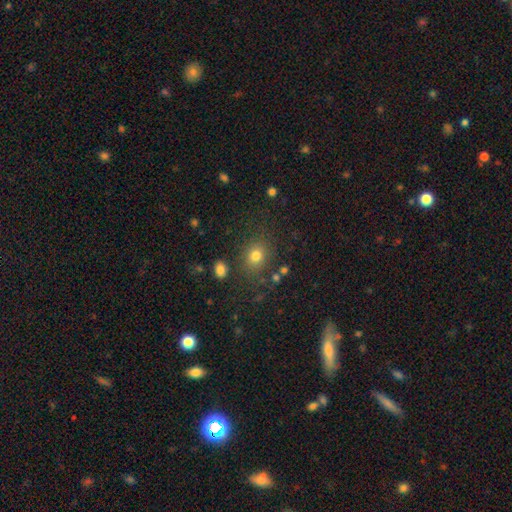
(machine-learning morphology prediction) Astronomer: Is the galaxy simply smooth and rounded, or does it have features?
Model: smooth — 77%.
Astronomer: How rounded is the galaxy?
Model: round — 62%.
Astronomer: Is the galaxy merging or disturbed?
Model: none — 77%.